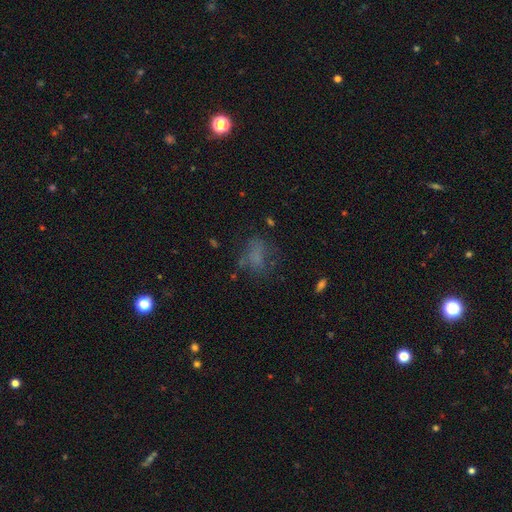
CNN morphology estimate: smooth 57%, featured or disk 22%, star or artifact 20%. Down the decision tree: how rounded — in between (66%); merging — none (53%).